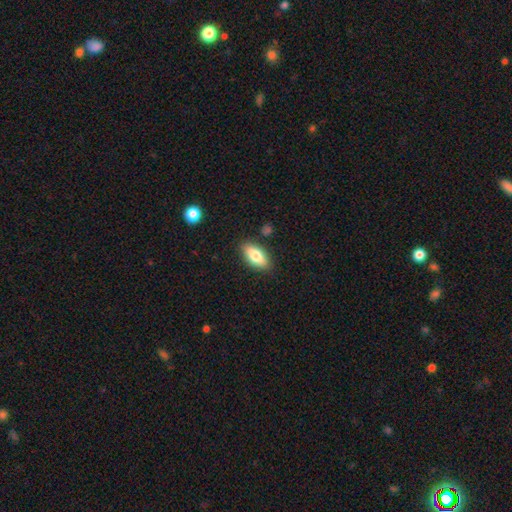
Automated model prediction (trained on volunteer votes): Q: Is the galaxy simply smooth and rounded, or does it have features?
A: smooth — 78%.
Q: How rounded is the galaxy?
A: in between — 87%.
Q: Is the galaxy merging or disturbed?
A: none — 85%.